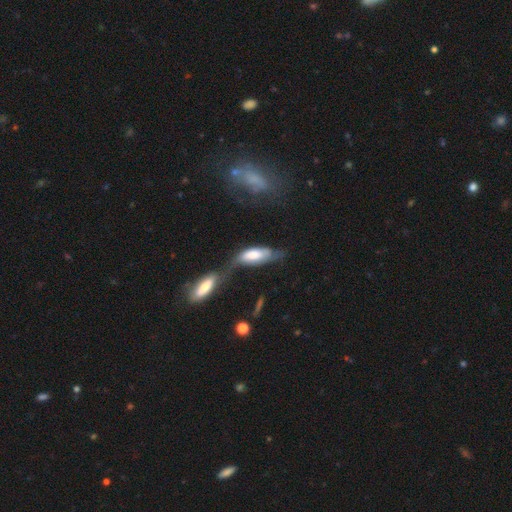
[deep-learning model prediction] Q: Smooth or featured?
A: smooth (60%); runner-up: featured or disk (32%)
Q: How rounded?
A: in between (73%); runner-up: cigar-shaped (25%)
Q: Merging?
A: merger (40%); runner-up: none (22%)